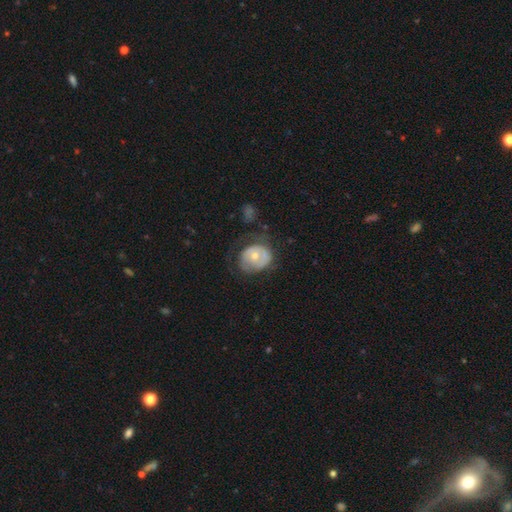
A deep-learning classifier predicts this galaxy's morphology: smooth-or-featured: featured or disk: 52% | smooth: 42% | star or artifact: 6%
  disk-edge-on: no: 96% | yes: 4%
  merging: none: 42% | minor disturbance: 28% | major disturbance: 27% | merger: 3%